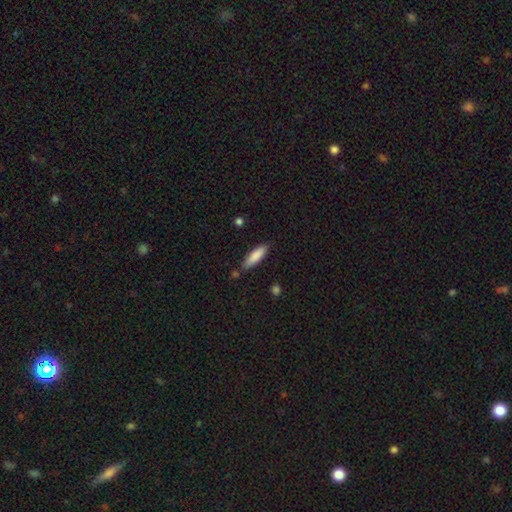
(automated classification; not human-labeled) Q: Smooth or featured?
A: smooth (84%); runner-up: featured or disk (10%)
Q: How rounded?
A: cigar-shaped (57%); runner-up: in between (41%)
Q: Merging?
A: none (81%); runner-up: minor disturbance (13%)